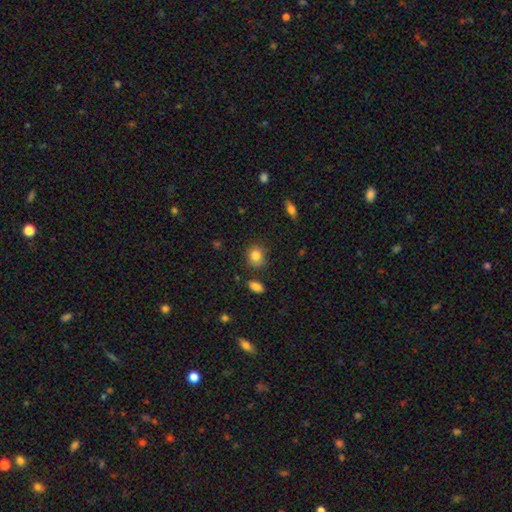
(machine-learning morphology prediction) The model was most divided on "how rounded": round: 75%, in between: 24%, cigar-shaped: 1%. More confident: smooth or featured — smooth (84%); merging — none (80%).